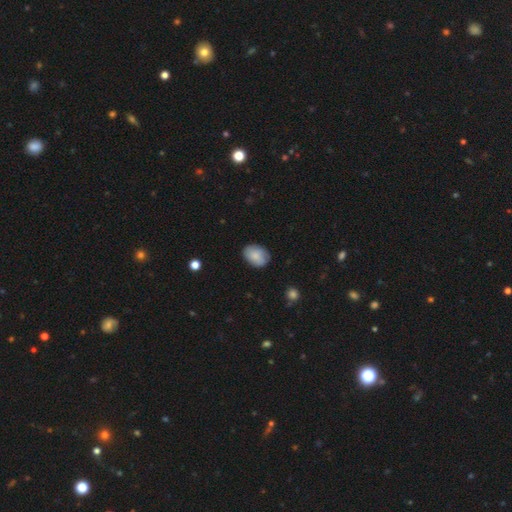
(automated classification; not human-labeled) A smooth galaxy with no disk features (82%) that is in between round and cigar-shaped (73%).

Vote fractions:
- Smooth or featured? smooth: 82% / featured or disk: 11% / star or artifact: 7%
- How rounded? in between: 73% / round: 26% / cigar-shaped: 1%
- Merging? none: 79% / minor disturbance: 17% / major disturbance: 3% / merger: 1%